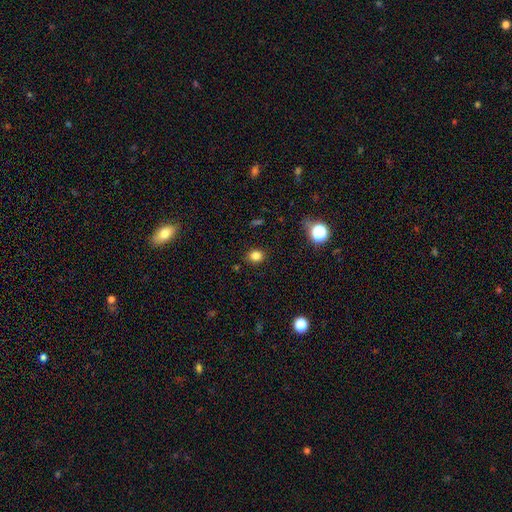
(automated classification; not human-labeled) Smooth or featured? smooth (82%)
How rounded? round (62%)
Merging? none (87%)